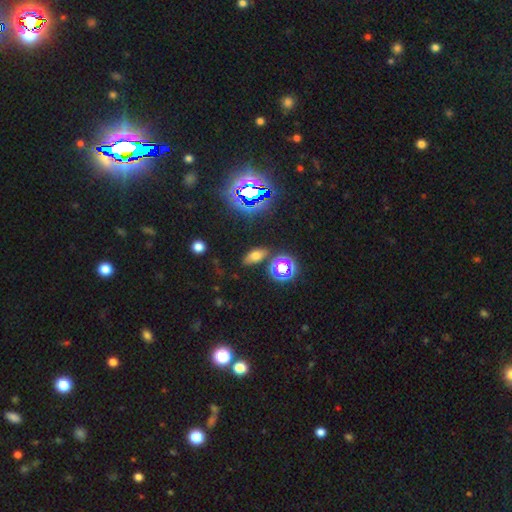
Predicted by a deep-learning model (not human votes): A smooth galaxy with no disk features (57%) that is in between round and cigar-shaped (78%).

Vote fractions:
- Smooth or featured? smooth: 57% / star or artifact: 28% / featured or disk: 15%
- How rounded? in between: 78% / round: 11% / cigar-shaped: 10%
- Merging? none: 81% / minor disturbance: 11% / merger: 5% / major disturbance: 4%